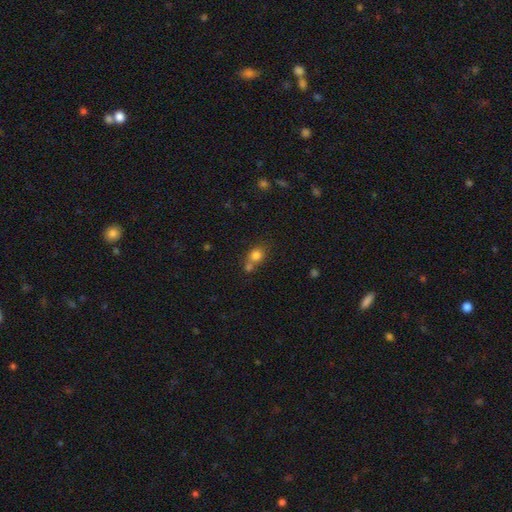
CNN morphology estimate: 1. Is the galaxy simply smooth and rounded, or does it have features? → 79% smooth, 12% star or artifact, 9% featured or disk.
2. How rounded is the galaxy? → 64% round, 34% in between, 1% cigar-shaped.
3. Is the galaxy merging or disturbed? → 45% merger, 41% none, 10% minor disturbance, 4% major disturbance.